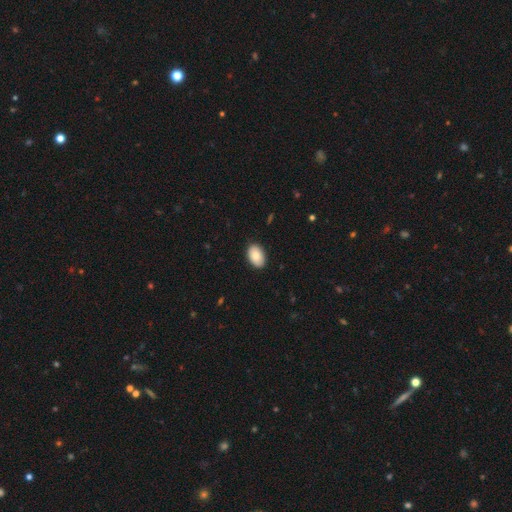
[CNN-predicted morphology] A smooth galaxy with no disk features (86%) that is in between round and cigar-shaped (91%).

Vote fractions:
- Smooth or featured? smooth: 86% / featured or disk: 7% / star or artifact: 6%
- How rounded? in between: 91% / round: 8% / cigar-shaped: 1%
- Merging? none: 89% / minor disturbance: 8% / major disturbance: 2% / merger: 1%